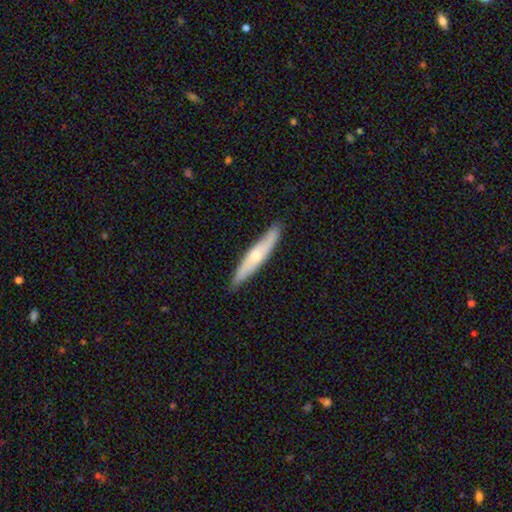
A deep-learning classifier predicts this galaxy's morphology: smooth_or_featured: smooth (p=0.49) [alt: featured or disk p=0.46]
merging: none (p=0.86) [alt: minor disturbance p=0.11]